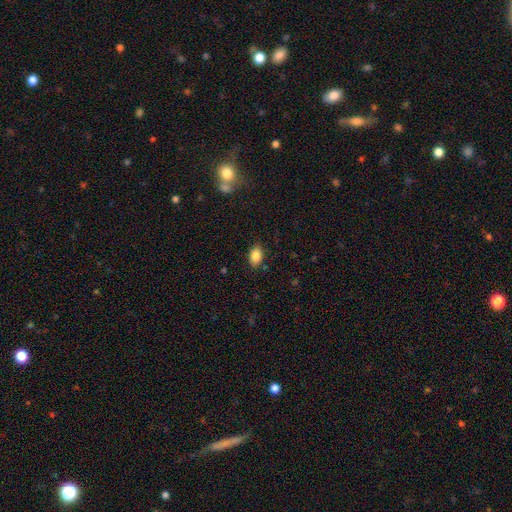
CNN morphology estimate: Smooth or featured? smooth (86%)
How rounded? in between (87%)
Merging? none (86%)